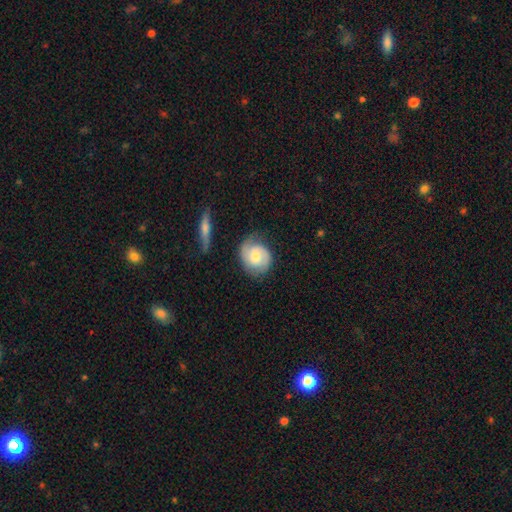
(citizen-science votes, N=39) Smooth or featured? featured or disk (62%)
Edge-on disk? no (88%)
Bar? no (76%)
Spiral arms? yes (95%)
Spiral winding? tight (60%)
Spiral arm count? 2 (50%)
Bulge size? moderate (62%)
Merging? none (67%)